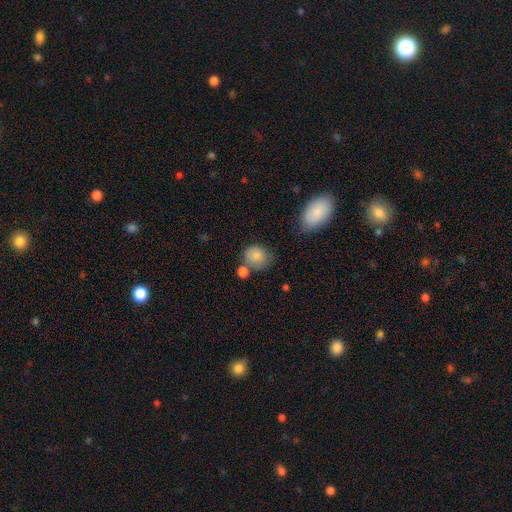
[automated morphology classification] Smooth or featured: smooth — 85% (star or artifact — 8%)
How rounded: round — 74% (in between — 25%)
Merging: none — 59% (minor disturbance — 20%)